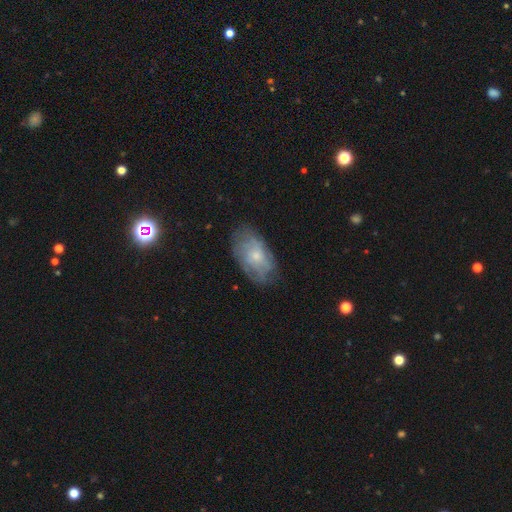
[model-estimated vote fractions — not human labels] This appears to be a featured or disk galaxy (49%). Merging: none (67%).